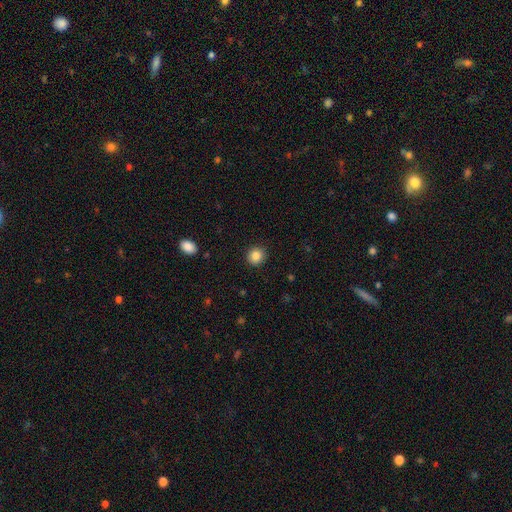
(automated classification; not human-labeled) Overall: smooth (85%). How rounded: round (88%). Merging: none (91%).